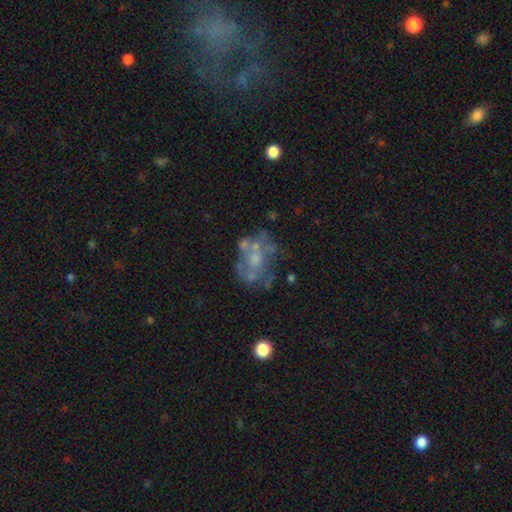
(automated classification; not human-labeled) Morphology: type=featured or disk (66%); edge-on=no (98%); bar=no (88%); spiral arms=no (81%); bulge=moderate (37%); merging=none (46%).